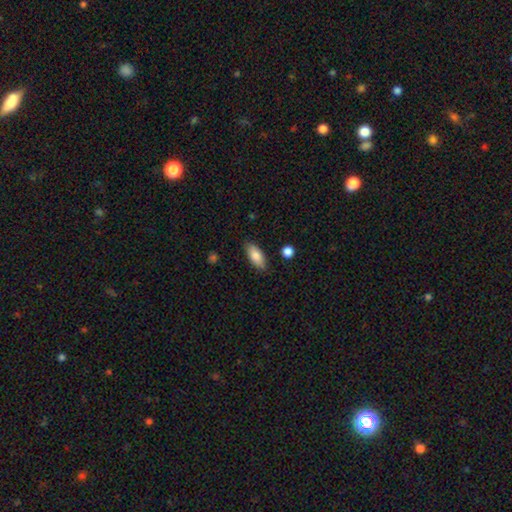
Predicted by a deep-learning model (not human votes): Morphology: type=smooth (83%); roundness=in between (83%); merging=none (86%).